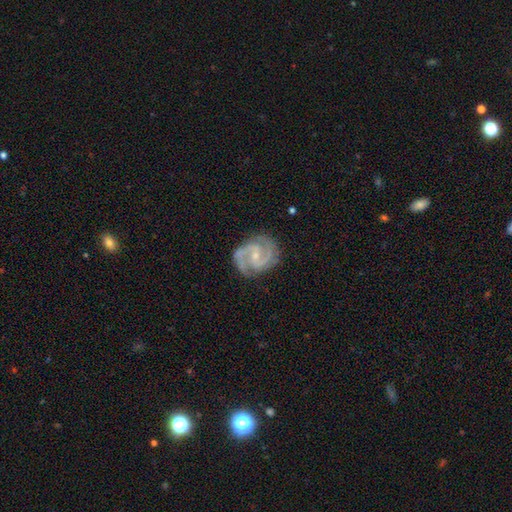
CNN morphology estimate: Smooth or featured? featured or disk (91%)
Edge-on disk? no (98%)
Bar? weak (45%)
Spiral arms? yes (98%)
Spiral winding? medium (55%)
Spiral arm count? 2 (87%)
Bulge size? small (69%)
Merging? none (79%)